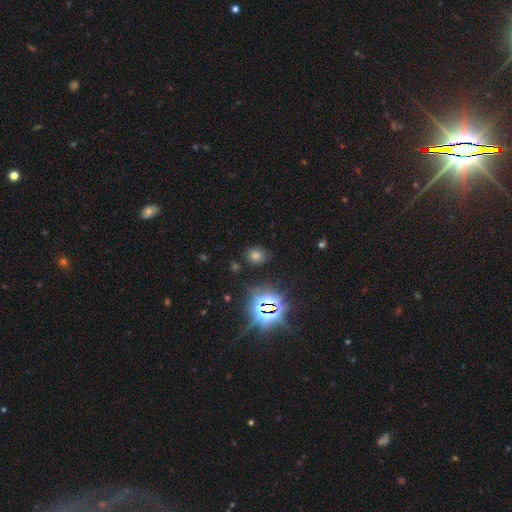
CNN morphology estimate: This is possibly a smooth galaxy (48%). Merging: clearly none (84%).